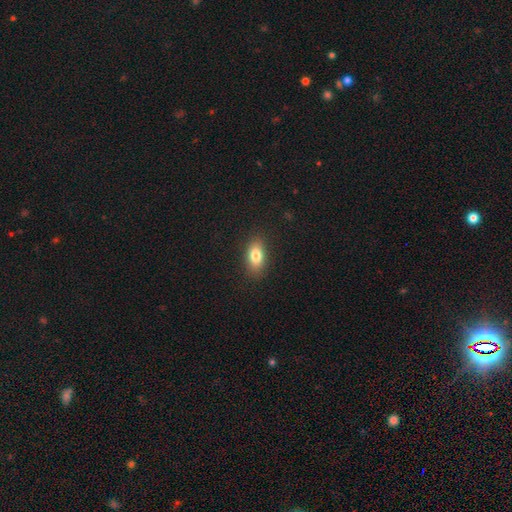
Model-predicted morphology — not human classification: smooth_or_featured: smooth (p=0.81) [alt: featured or disk p=0.11]
how_rounded: in between (p=0.87) [alt: round p=0.07]
merging: none (p=0.88) [alt: minor disturbance p=0.09]